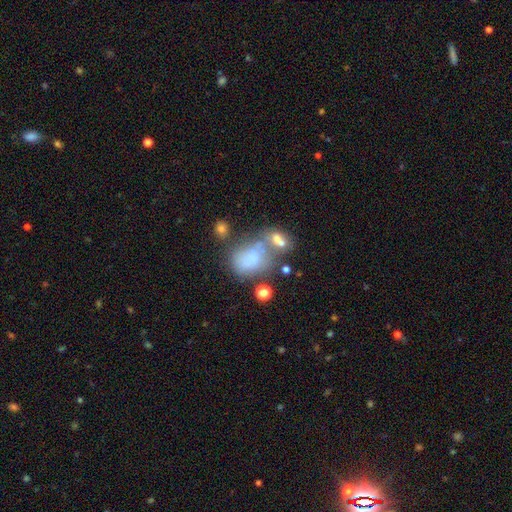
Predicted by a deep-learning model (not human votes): A smooth galaxy with no disk features (58%) that is in between round and cigar-shaped (74%). Merging: merger (42%).